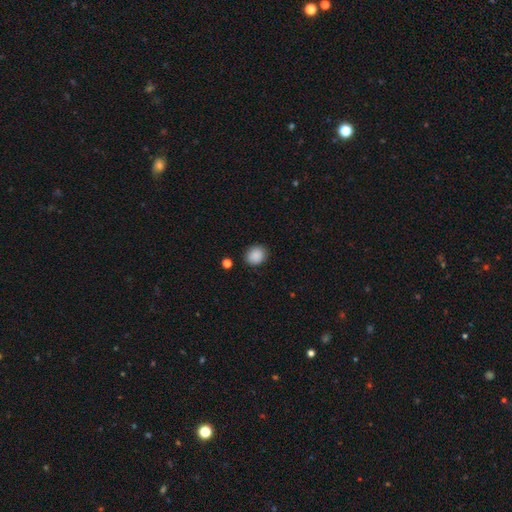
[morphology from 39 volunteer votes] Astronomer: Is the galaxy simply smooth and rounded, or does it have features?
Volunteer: smooth — 85%.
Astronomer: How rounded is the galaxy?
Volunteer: round — 73%.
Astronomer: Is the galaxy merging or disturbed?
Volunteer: none — 81%.